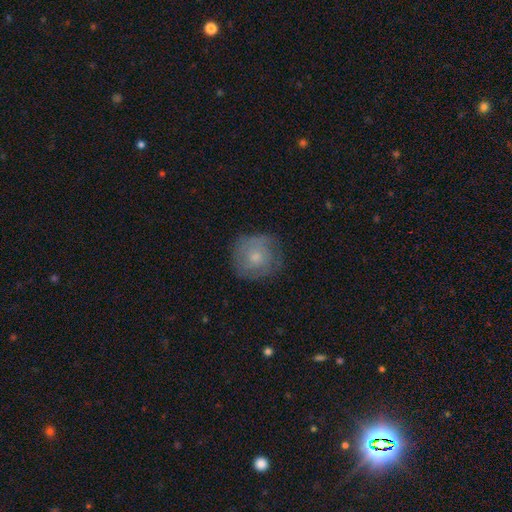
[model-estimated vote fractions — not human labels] smooth-or-featured: featured or disk: 47% | smooth: 45% | star or artifact: 8%
  merging: none: 74% | minor disturbance: 18% | major disturbance: 6% | merger: 1%